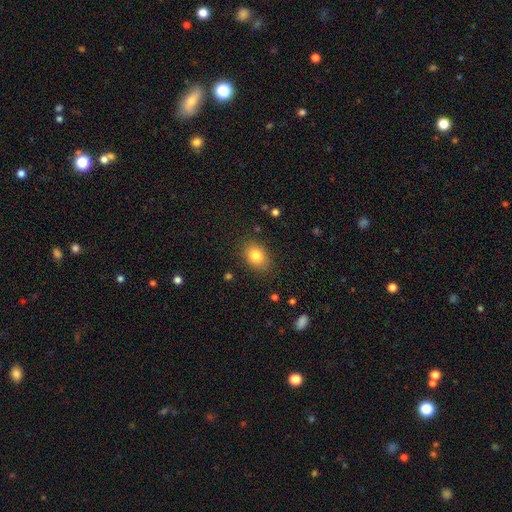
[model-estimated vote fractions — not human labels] Q: Smooth or featured?
A: smooth (82%); runner-up: star or artifact (9%)
Q: How rounded?
A: in between (70%); runner-up: round (29%)
Q: Merging?
A: none (85%); runner-up: minor disturbance (10%)